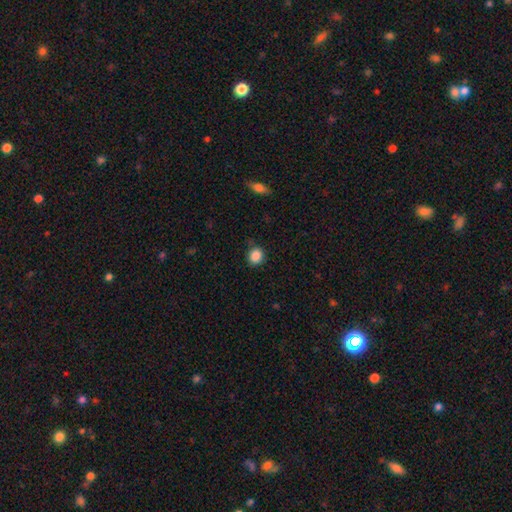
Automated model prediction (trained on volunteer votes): smooth-or-featured: smooth: 87% | star or artifact: 10% | featured or disk: 4%
  how-rounded: round: 77% | in between: 22% | cigar-shaped: 1%
  merging: none: 83% | minor disturbance: 13% | major disturbance: 3% | merger: 2%